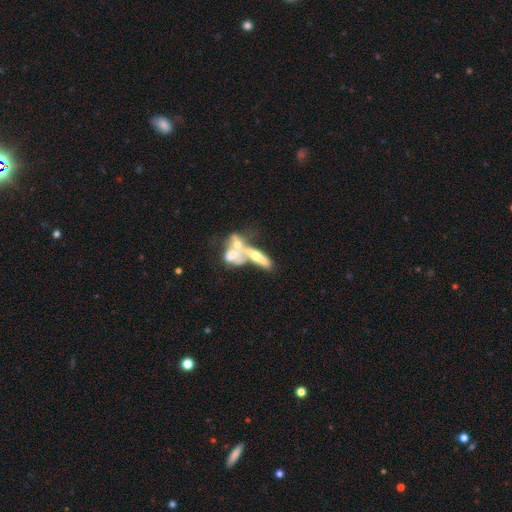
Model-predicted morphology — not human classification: featured or disk 55%, smooth 35%, star or artifact 10%. Down the decision tree: edge-on disk — no (71%); merging — merger (63%).